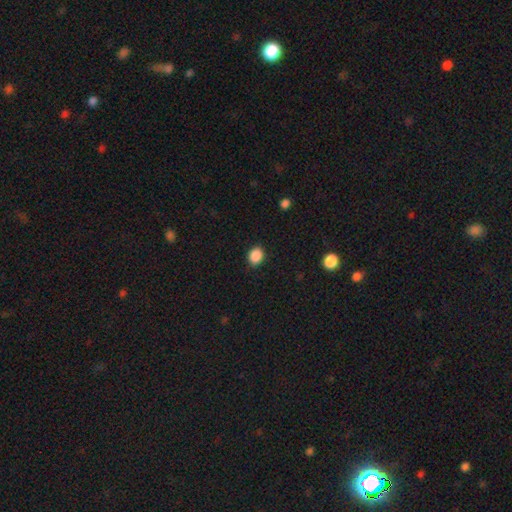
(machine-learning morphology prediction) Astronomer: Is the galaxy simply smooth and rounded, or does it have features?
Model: smooth — 88%.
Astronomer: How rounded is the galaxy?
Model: round — 59% (runner-up: in between, 40%).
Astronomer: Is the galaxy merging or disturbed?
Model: none — 88%.